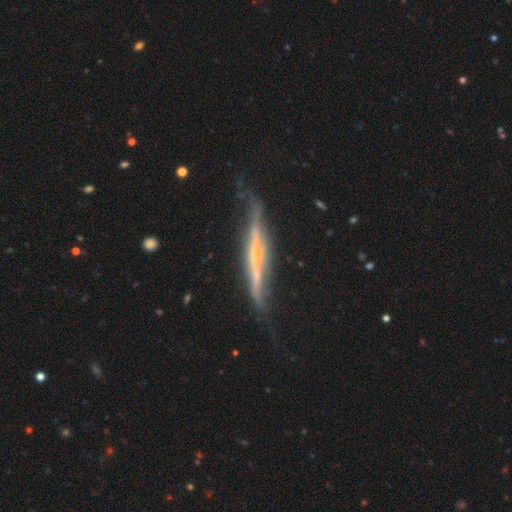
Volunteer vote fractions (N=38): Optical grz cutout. It shows a featured or disk galaxy (74%) viewed edge-on (86%) with no central bulge (62%). Merging: none (53%).